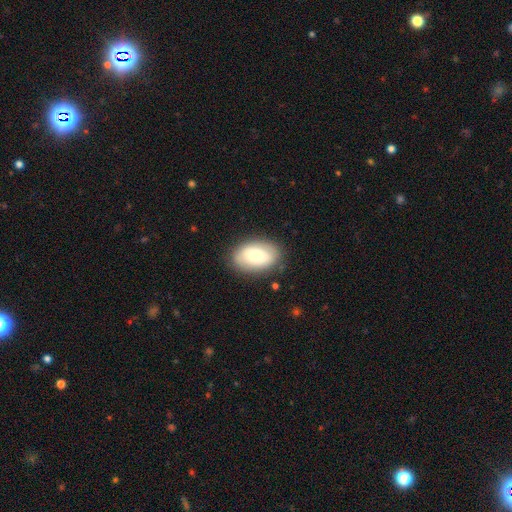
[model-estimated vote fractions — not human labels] Smooth or featured?
  - smooth: 74% *
  - featured or disk: 19%
  - star or artifact: 7%
How rounded?
  - in between: 90% *
  - round: 9%
  - cigar-shaped: 1%
Merging?
  - none: 83% *
  - minor disturbance: 12%
  - major disturbance: 4%
  - merger: 1%